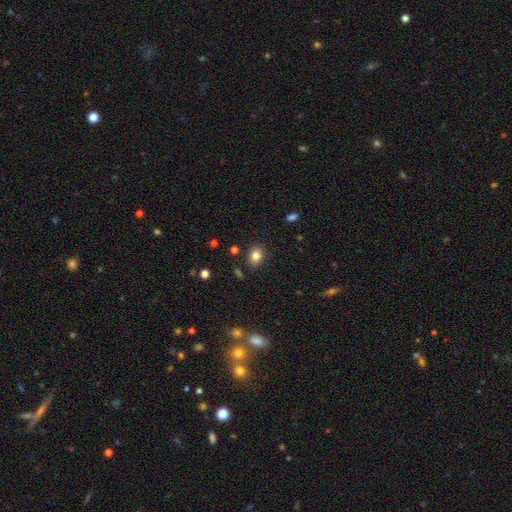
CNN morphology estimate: This is clearly a smooth galaxy (82%). How rounded: possibly in between (58%). Merging: clearly none (86%).